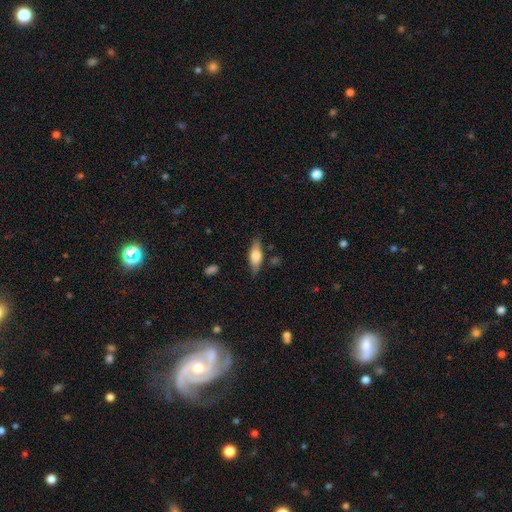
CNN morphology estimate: This is possibly a smooth galaxy (60%). How rounded: likely in between (64%). Merging: likely none (77%).